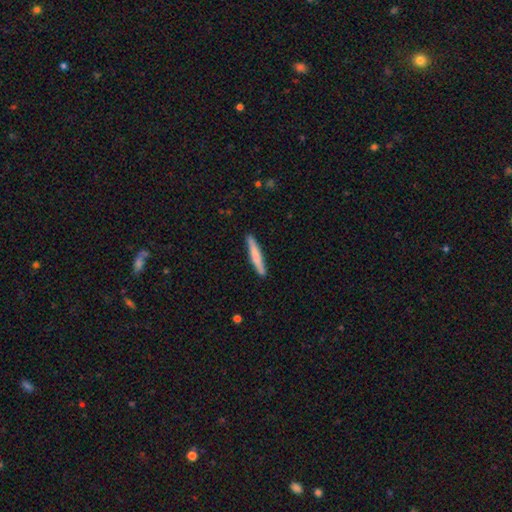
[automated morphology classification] A smooth galaxy with no disk features (68%) that is cigar-shaped (94%). Merging: none (90%).